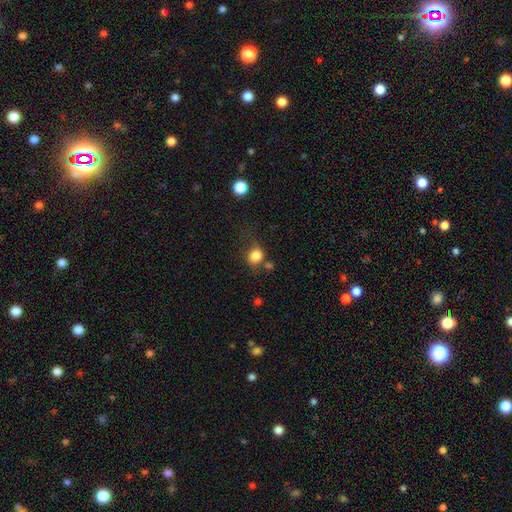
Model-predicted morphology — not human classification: type=smooth (83%); roundness=round (70%); merging=none (59%).